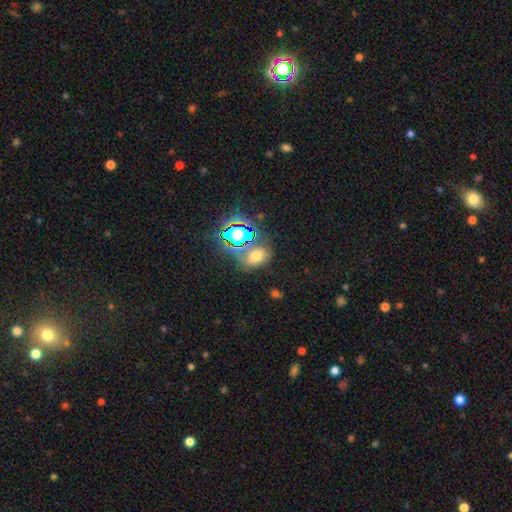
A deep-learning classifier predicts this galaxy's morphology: smooth-or-featured: smooth: 54% | star or artifact: 34% | featured or disk: 12%
  how-rounded: in between: 74% | round: 24% | cigar-shaped: 2%
  merging: none: 61% | minor disturbance: 17% | merger: 14% | major disturbance: 8%